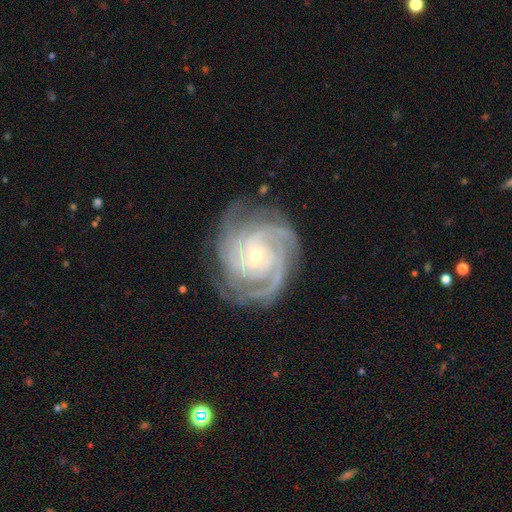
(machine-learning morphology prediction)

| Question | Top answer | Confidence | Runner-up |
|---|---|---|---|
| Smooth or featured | featured or disk | 91% | star or artifact (5%) |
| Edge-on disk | no | 98% | yes (2%) |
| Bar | no | 73% | weak (21%) |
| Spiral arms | yes | 98% | no (2%) |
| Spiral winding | tight | 74% | medium (23%) |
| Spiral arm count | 4 | 30% | 3 (27%) |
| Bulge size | small | 70% | moderate (27%) |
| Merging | none | 77% | minor disturbance (16%) |